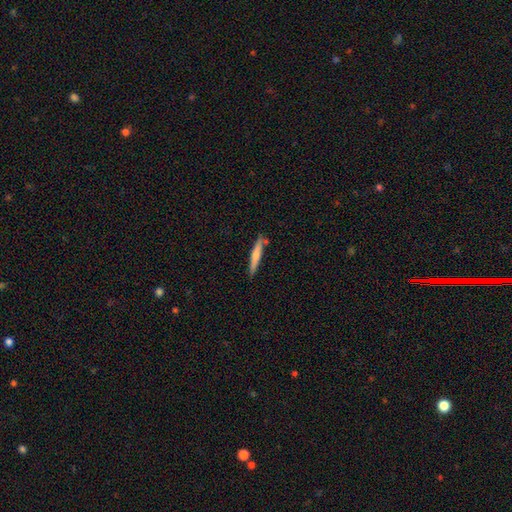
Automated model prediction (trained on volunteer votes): The model was most divided on "smooth or featured": smooth: 62%, featured or disk: 33%, star or artifact: 5%. More confident: how rounded — cigar-shaped (94%); merging — none (83%).